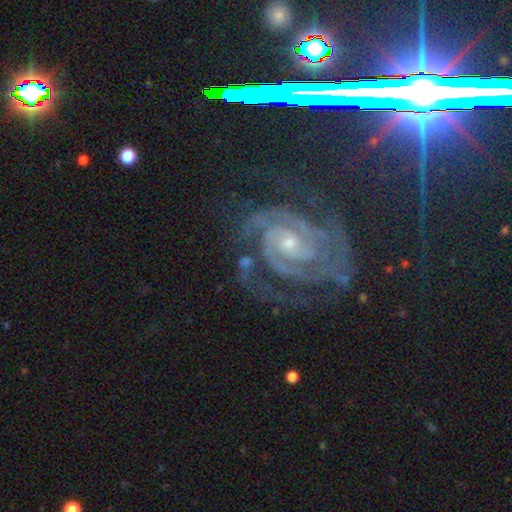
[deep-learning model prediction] This appears to be a featured or disk galaxy (82%) with no bar (50%), 2 (38%) tight (66%) spiral arms (97%) and a small central bulge (66%). Merging: none (70%).